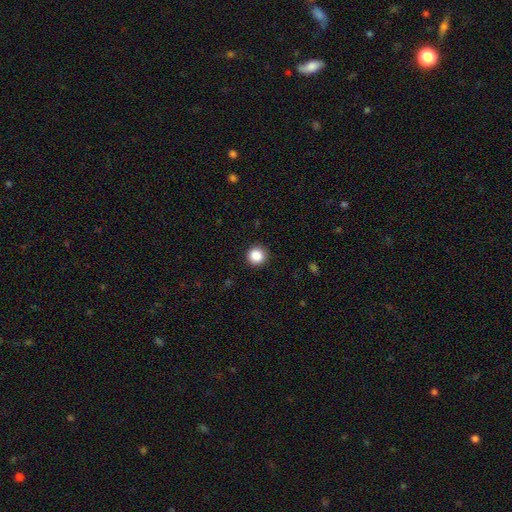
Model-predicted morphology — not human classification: Smooth or featured? Predicted: smooth (p=0.87). How rounded? Predicted: round (p=0.94). Merging? Predicted: none (p=0.92).